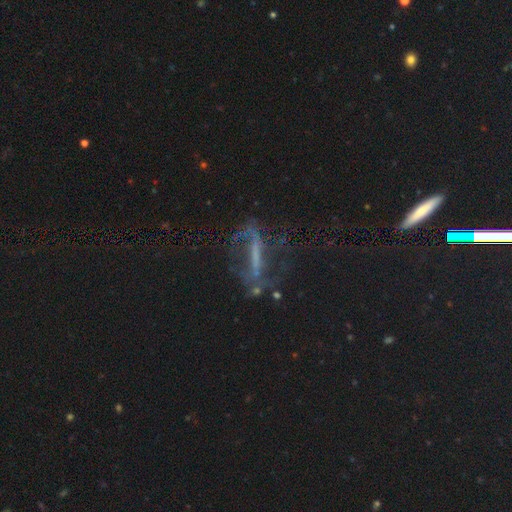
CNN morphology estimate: A featured or disk galaxy (59%).

Vote fractions:
- Smooth or featured? featured or disk: 59% / star or artifact: 23% / smooth: 18%
- Edge-on disk? no: 63% / yes: 37%
- Merging? none: 50% / major disturbance: 26% / minor disturbance: 19% / merger: 5%